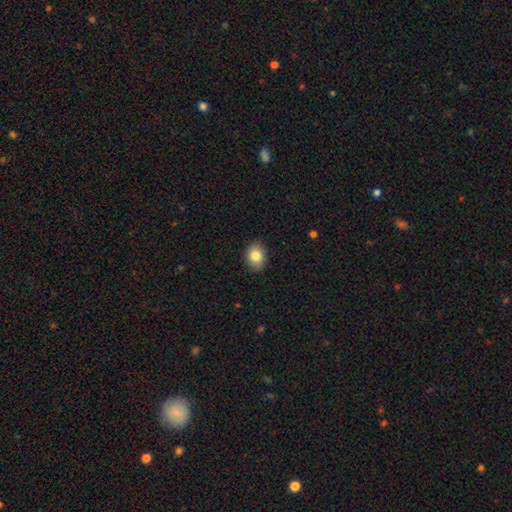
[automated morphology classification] The model was most divided on "how rounded": in between: 58%, round: 41%, cigar-shaped: 1%. More confident: merging — none (89%); smooth or featured — smooth (84%).